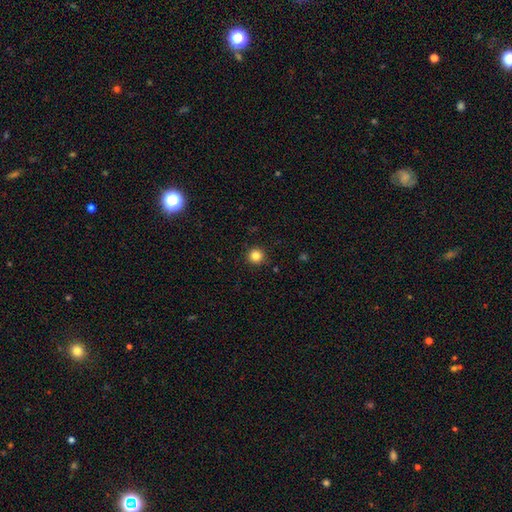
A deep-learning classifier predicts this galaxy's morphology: type=smooth (83%); roundness=round (96%); merging=none (92%).